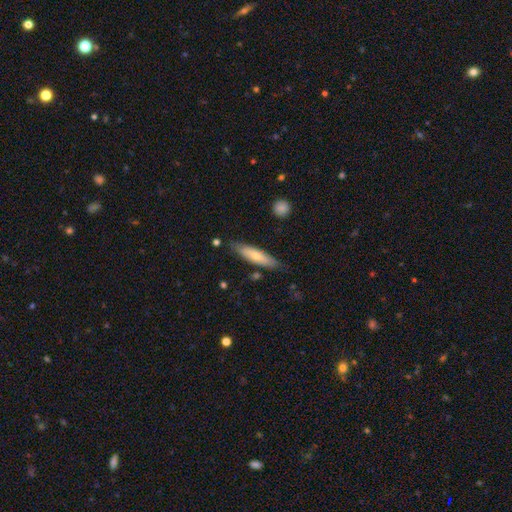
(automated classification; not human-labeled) This appears to be a smooth galaxy with no disk features (64%) that is cigar-shaped (74%). Merging: none (79%).